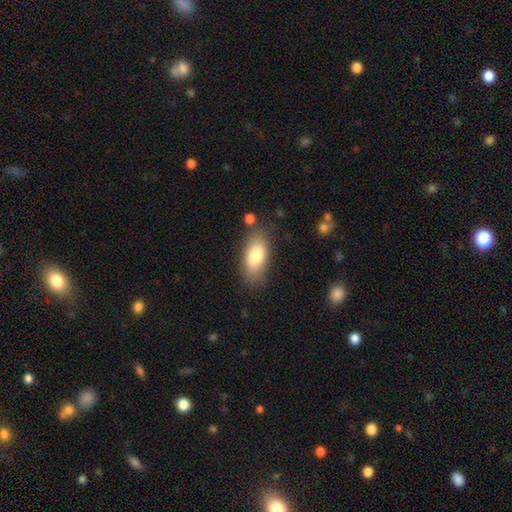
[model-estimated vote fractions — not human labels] This appears to be a smooth galaxy with no disk features (77%) that is in between round and cigar-shaped (89%). Merging: none (78%).